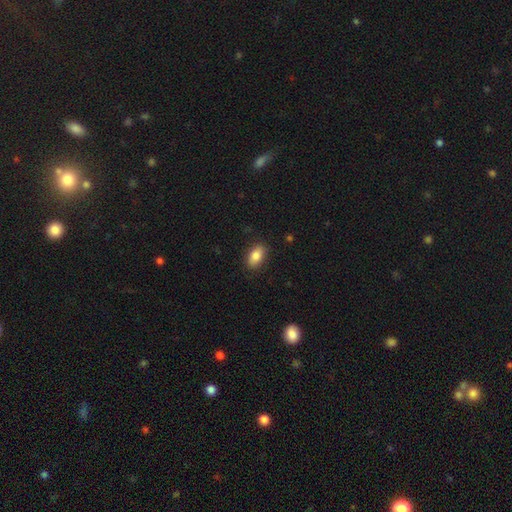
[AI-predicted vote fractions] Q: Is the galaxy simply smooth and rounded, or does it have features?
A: smooth — 85%.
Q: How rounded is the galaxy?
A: in between — 89%.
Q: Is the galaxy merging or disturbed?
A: none — 85%.